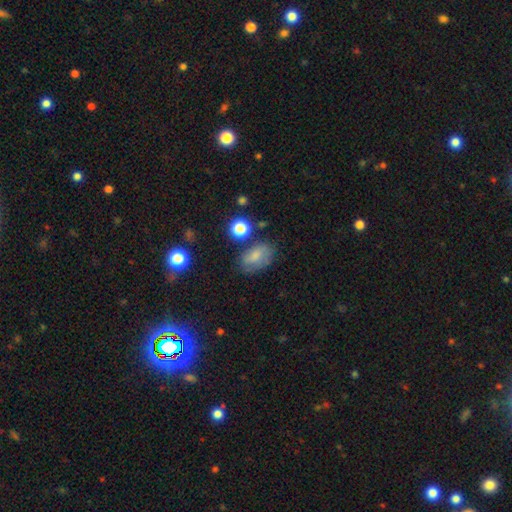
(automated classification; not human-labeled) Smooth or featured?
  - smooth: 70% *
  - featured or disk: 19%
  - star or artifact: 11%
How rounded?
  - in between: 86% *
  - round: 12%
  - cigar-shaped: 2%
Merging?
  - none: 62% *
  - minor disturbance: 24%
  - major disturbance: 9%
  - merger: 5%